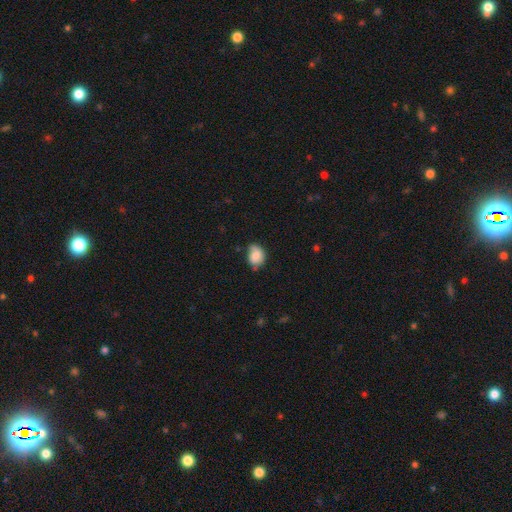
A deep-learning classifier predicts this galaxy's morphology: The model was most divided on "merging": none: 53%, minor disturbance: 37%, major disturbance: 7%, merger: 3%. More confident: smooth or featured — smooth (78%); how rounded — in between (60%).